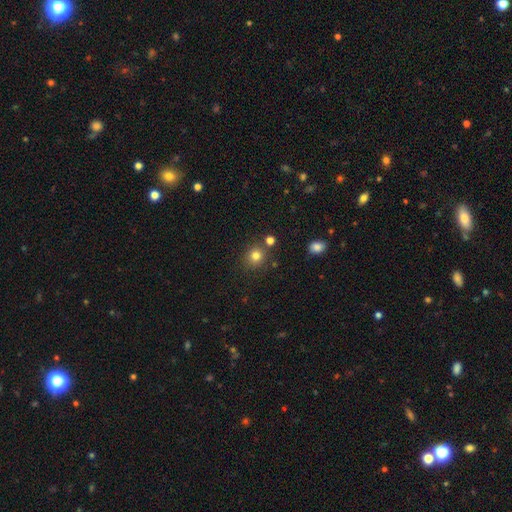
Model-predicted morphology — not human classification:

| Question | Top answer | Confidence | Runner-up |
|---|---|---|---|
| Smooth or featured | smooth | 79% | star or artifact (14%) |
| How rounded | round | 87% | in between (12%) |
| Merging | none | 80% | minor disturbance (9%) |